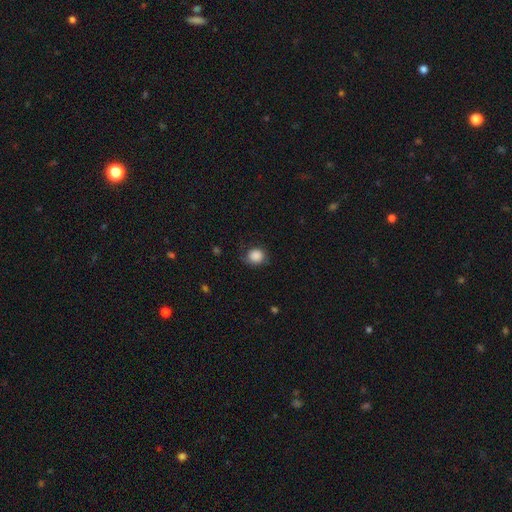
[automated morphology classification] A smooth galaxy with no disk features (84%) that is round (77%).

Vote fractions:
- Smooth or featured? smooth: 84% / star or artifact: 8% / featured or disk: 8%
- How rounded? round: 77% / in between: 22% / cigar-shaped: 1%
- Merging? none: 65% / minor disturbance: 23% / major disturbance: 10% / merger: 1%